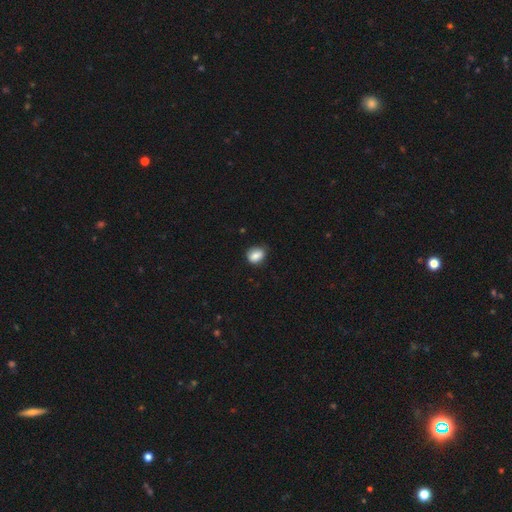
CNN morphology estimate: This appears to be a smooth galaxy with no disk features (84%) that is in between round and cigar-shaped (52%). Merging: none (71%).